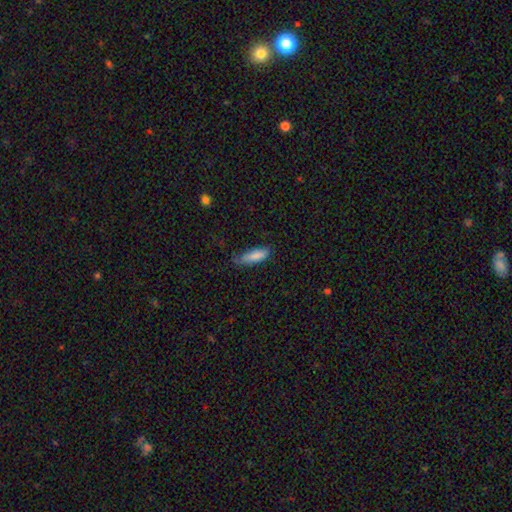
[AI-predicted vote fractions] smooth_or_featured: smooth (p=0.83) [alt: featured or disk p=0.10]
how_rounded: in between (p=0.54) [alt: cigar-shaped p=0.44]
merging: none (p=0.53) [alt: minor disturbance p=0.36]